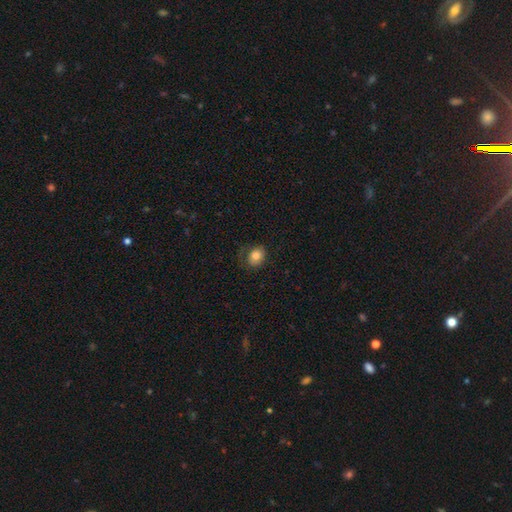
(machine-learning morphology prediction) smooth-or-featured: smooth: 79% | featured or disk: 12% | star or artifact: 9%
  how-rounded: in between: 50% | round: 49% | cigar-shaped: 1%
  merging: none: 67% | minor disturbance: 21% | major disturbance: 11% | merger: 1%